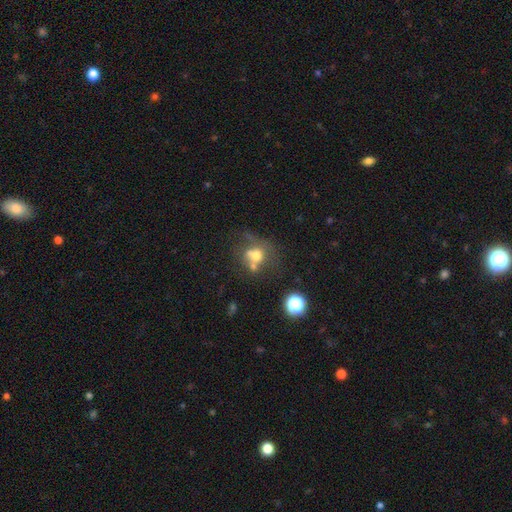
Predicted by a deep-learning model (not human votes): A smooth galaxy with no disk features (60%) that is round (71%). Merging: merger (42%).